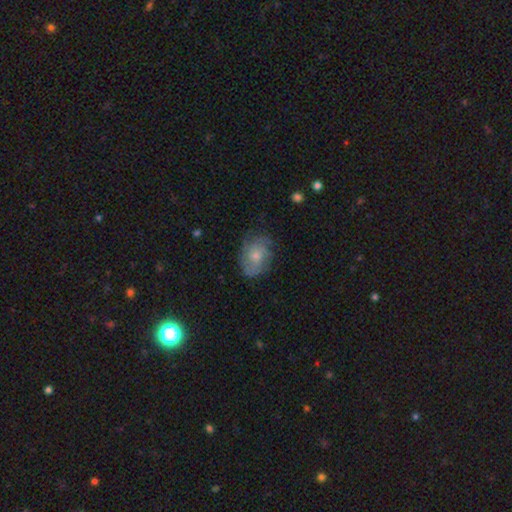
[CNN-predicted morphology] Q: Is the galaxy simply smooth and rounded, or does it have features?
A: featured or disk — 52%.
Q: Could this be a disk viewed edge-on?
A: no — 96%.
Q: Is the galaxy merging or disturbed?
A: none — 71%.